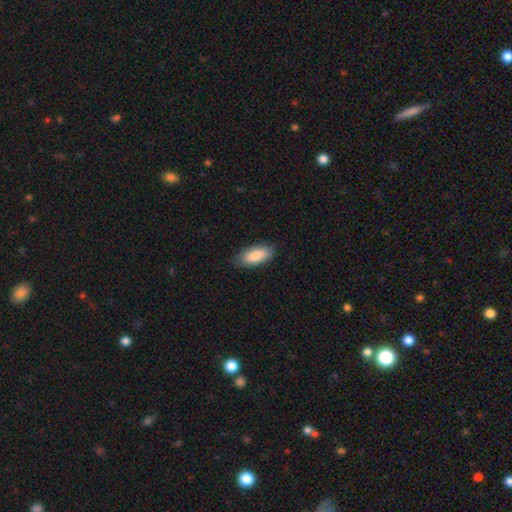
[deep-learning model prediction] smooth 87%, featured or disk 8%, star or artifact 6%. Down the decision tree: how rounded — in between (86%); merging — none (84%).